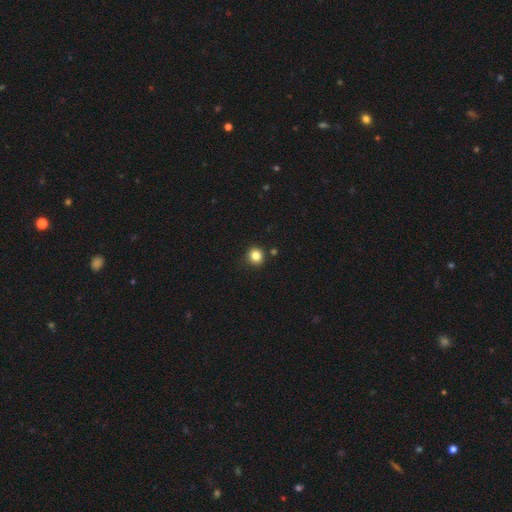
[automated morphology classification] Smooth or featured? Predicted: smooth (p=0.84). How rounded? Predicted: round (p=0.91). Merging? Predicted: none (p=0.89).